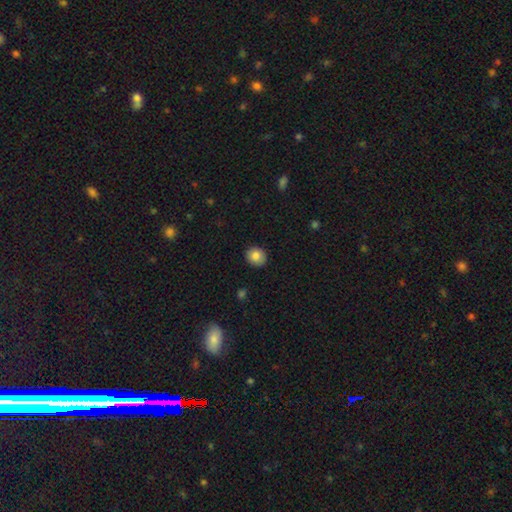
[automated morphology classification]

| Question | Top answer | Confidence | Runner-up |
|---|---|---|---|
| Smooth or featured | smooth | 83% | star or artifact (9%) |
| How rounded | round | 73% | in between (26%) |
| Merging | none | 89% | minor disturbance (9%) |